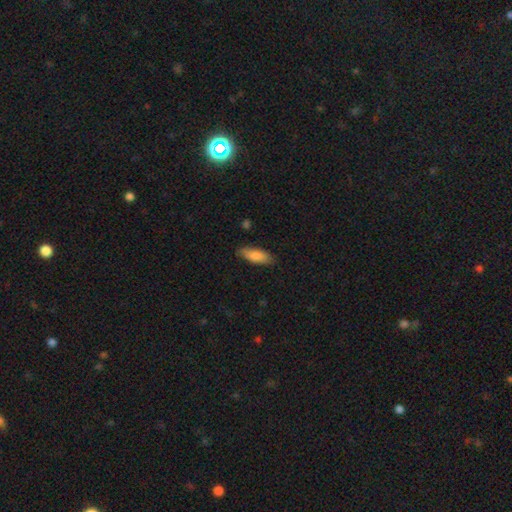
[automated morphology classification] smooth-or-featured: smooth: 85% | featured or disk: 9% | star or artifact: 6%
  how-rounded: in between: 67% | cigar-shaped: 31% | round: 2%
  merging: none: 82% | minor disturbance: 14% | major disturbance: 3% | merger: 1%